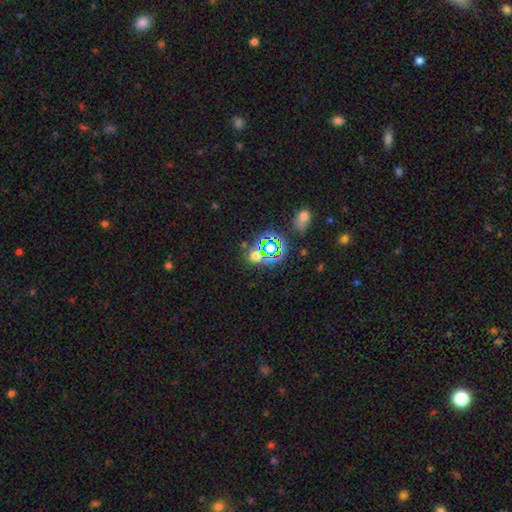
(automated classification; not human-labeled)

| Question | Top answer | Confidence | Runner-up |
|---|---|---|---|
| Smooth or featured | star or artifact | 47% | smooth (45%) |